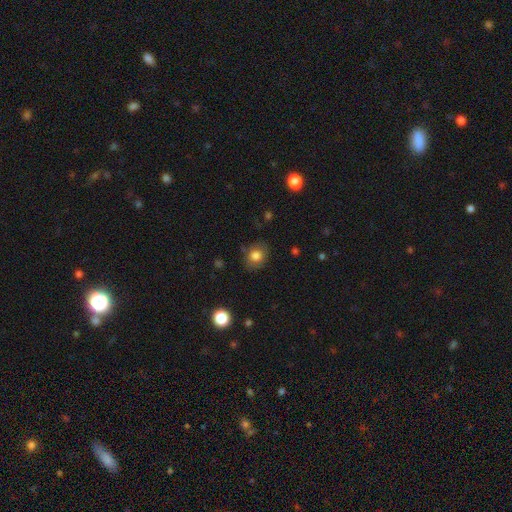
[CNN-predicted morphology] Smooth or featured? Predicted: smooth (p=0.79). How rounded? Predicted: round (p=0.54). Merging? Predicted: none (p=0.79).